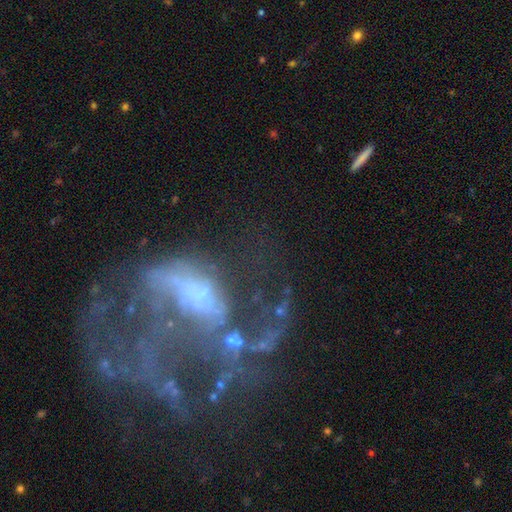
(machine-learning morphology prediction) Smooth or featured? Predicted: featured or disk (p=0.74). Edge-on disk? Predicted: no (p=0.97). Bar? Predicted: no (p=0.59). Spiral arms? Predicted: yes (p=0.55). Bulge size? Predicted: small (p=0.40). Merging? Predicted: major disturbance (p=0.53).